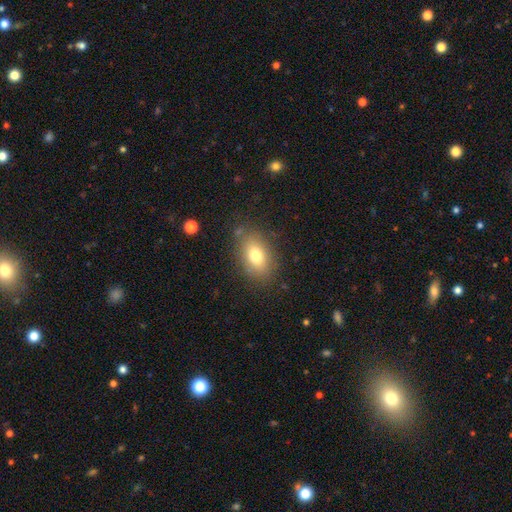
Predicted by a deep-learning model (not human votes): Smooth or featured? smooth (76%)
How rounded? in between (84%)
Merging? none (80%)